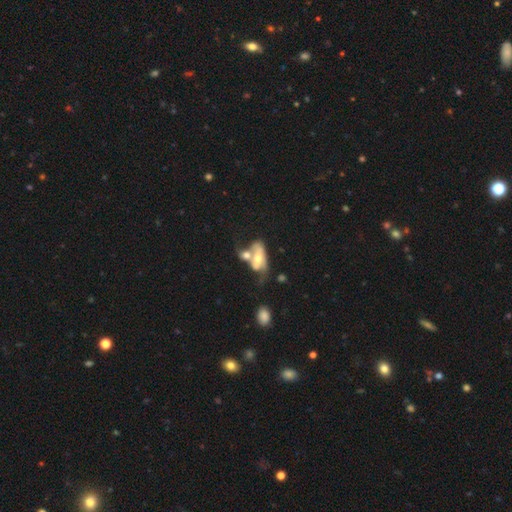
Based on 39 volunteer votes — Smooth or featured? featured or disk (74%)
Edge-on disk? no (93%)
Bar? no (41%)
Spiral arms? yes (67%)
Spiral winding? medium (44%)
Spiral arm count? 2 (72%)
Bulge size? moderate (85%)
Merging? merger (59%)